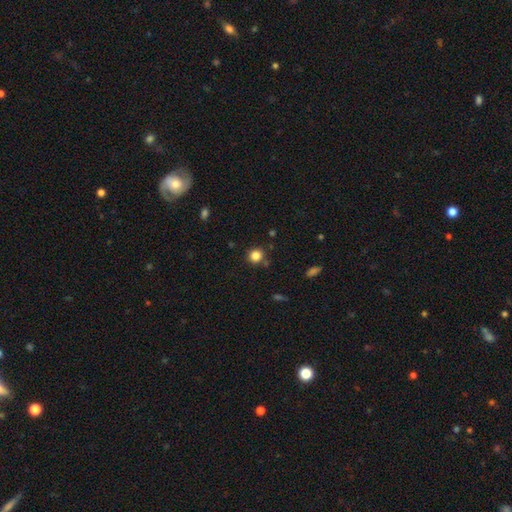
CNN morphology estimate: smooth 83%, star or artifact 12%, featured or disk 5%. Down the decision tree: how rounded — round (89%); merging — none (83%).